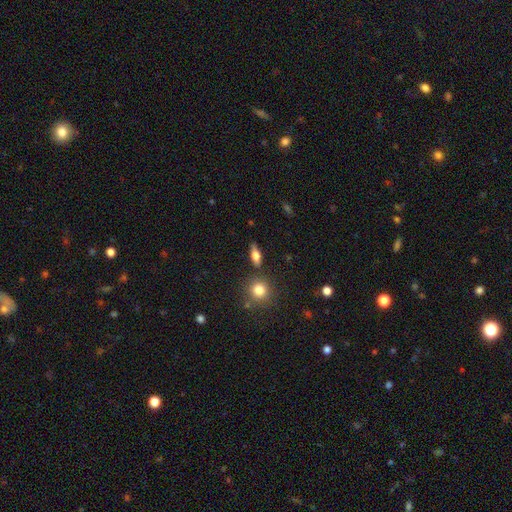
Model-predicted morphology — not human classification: smooth 57%, featured or disk 34%, star or artifact 9%. Down the decision tree: how rounded — in between (64%); merging — none (82%).